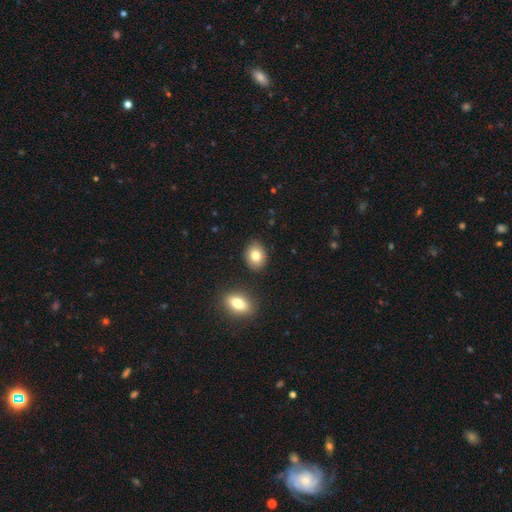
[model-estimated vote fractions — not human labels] Q: Smooth or featured?
A: smooth (80%); runner-up: featured or disk (11%)
Q: How rounded?
A: in between (55%); runner-up: round (44%)
Q: Merging?
A: none (86%); runner-up: minor disturbance (8%)